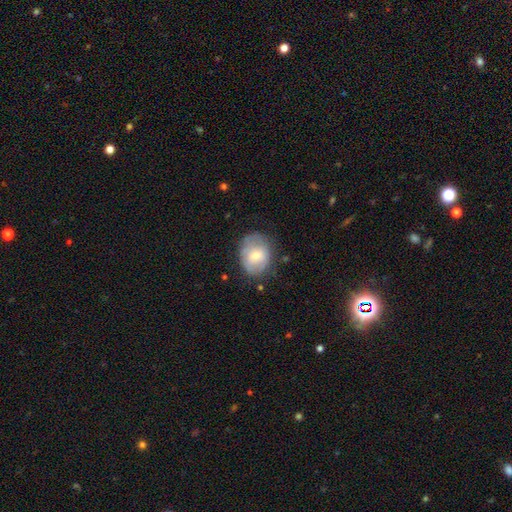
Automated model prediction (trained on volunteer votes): Q: Smooth or featured?
A: smooth (56%); runner-up: featured or disk (37%)
Q: How rounded?
A: in between (50%); runner-up: round (49%)
Q: Merging?
A: none (64%); runner-up: minor disturbance (25%)